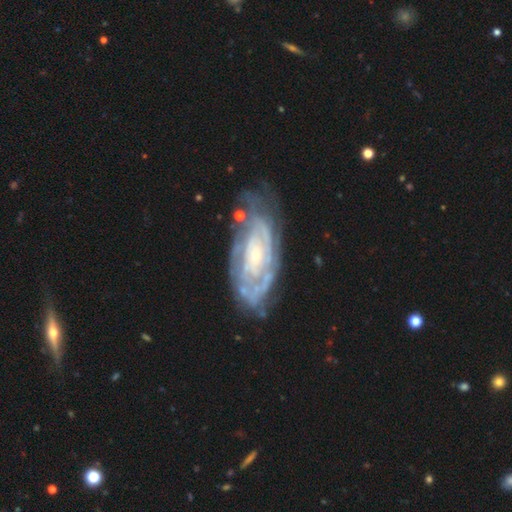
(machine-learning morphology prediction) featured or disk 82%, smooth 12%, star or artifact 6%. Down the decision tree: edge-on disk — no (92%); bar — no (71%); spiral arms — yes (87%); spiral arm count — can't tell (54%); spiral winding — tight (71%); bulge size — small (75%); merging — none (62%).